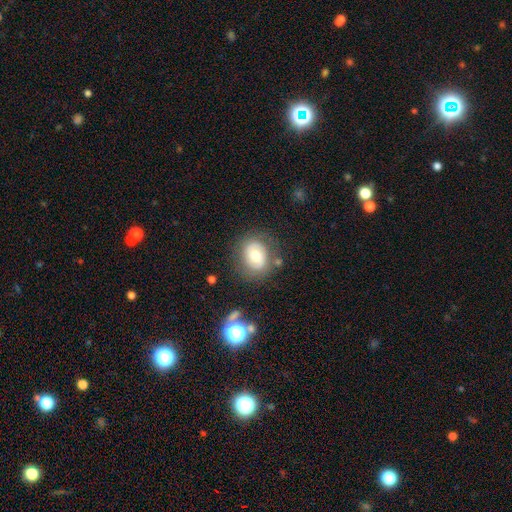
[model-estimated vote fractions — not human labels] The model was most divided on "how rounded": round: 53%, in between: 46%, cigar-shaped: 1%. More confident: merging — none (74%); smooth or featured — smooth (56%).